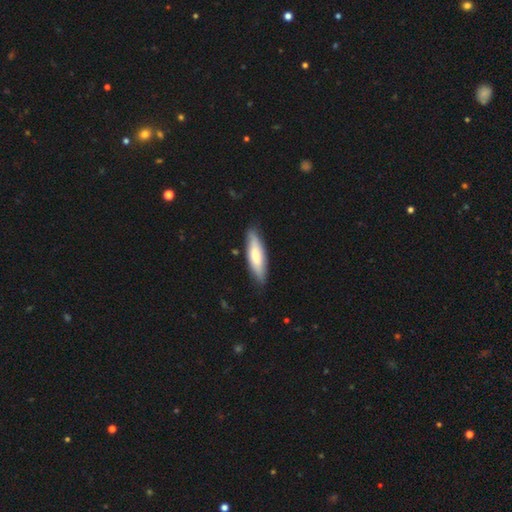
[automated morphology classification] smooth 67%, featured or disk 28%, star or artifact 5%. Down the decision tree: how rounded — cigar-shaped (60%); merging — none (81%).